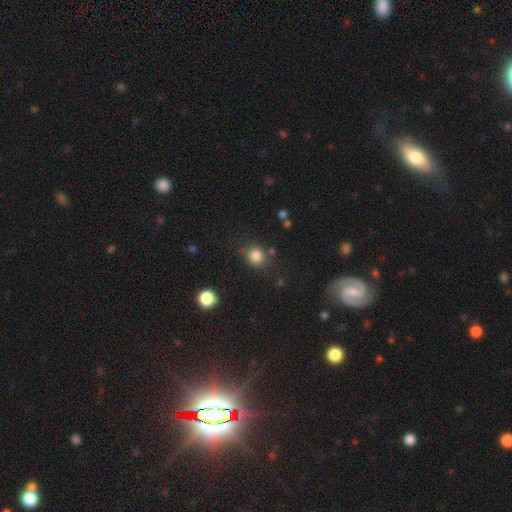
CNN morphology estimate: smooth-or-featured: smooth: 83% | star or artifact: 12% | featured or disk: 5%
  how-rounded: round: 80% | in between: 19% | cigar-shaped: 1%
  merging: none: 75% | minor disturbance: 15% | major disturbance: 5% | merger: 5%